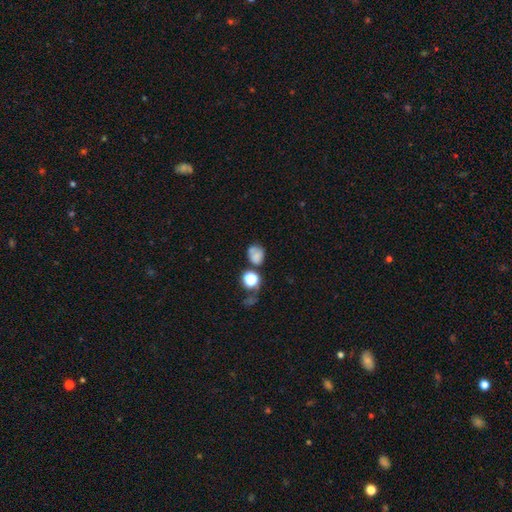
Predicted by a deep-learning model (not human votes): A smooth galaxy with no disk features (69%) that is round (57%).

Vote fractions:
- Smooth or featured? smooth: 69% / featured or disk: 15% / star or artifact: 15%
- How rounded? round: 57% / in between: 41% / cigar-shaped: 1%
- Merging? none: 39% / merger: 27% / minor disturbance: 19% / major disturbance: 15%